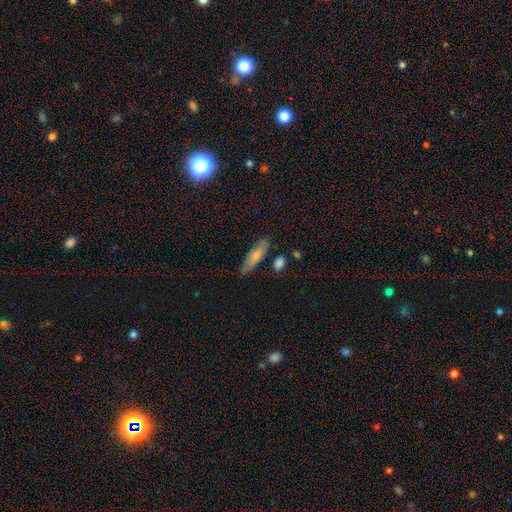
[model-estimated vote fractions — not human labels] A smooth galaxy with no disk features (71%) that is cigar-shaped (58%). Merging: none (76%).